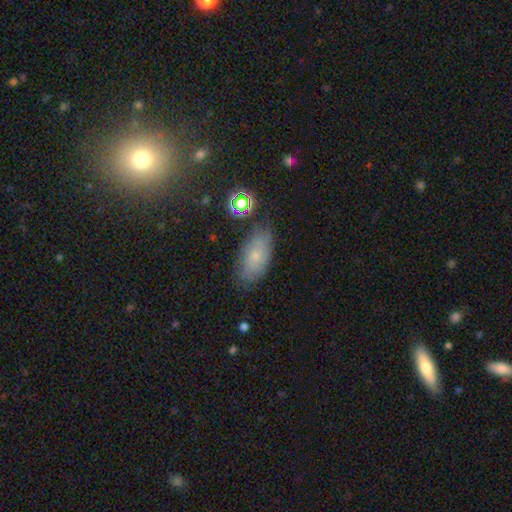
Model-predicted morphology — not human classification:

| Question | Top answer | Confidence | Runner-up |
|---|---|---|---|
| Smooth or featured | smooth | 61% | featured or disk (26%) |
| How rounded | in between | 91% | cigar-shaped (5%) |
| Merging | none | 76% | minor disturbance (18%) |